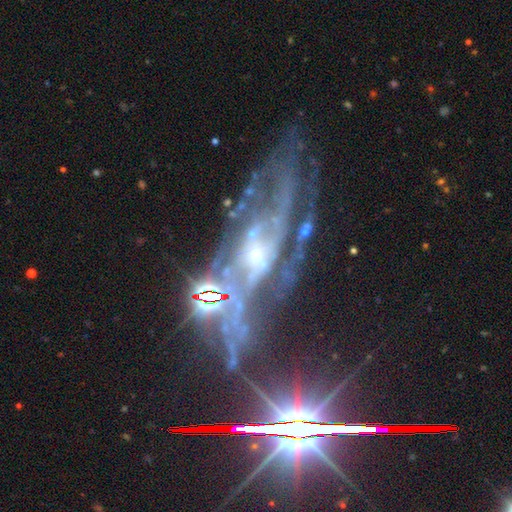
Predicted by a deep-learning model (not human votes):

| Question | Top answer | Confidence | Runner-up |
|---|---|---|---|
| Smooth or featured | featured or disk | 70% | star or artifact (22%) |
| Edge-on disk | no | 74% | yes (26%) |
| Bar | no | 53% | weak (30%) |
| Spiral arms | yes | 82% | no (18%) |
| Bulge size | small | 60% | moderate (30%) |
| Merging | none | 53% | minor disturbance (17%) |